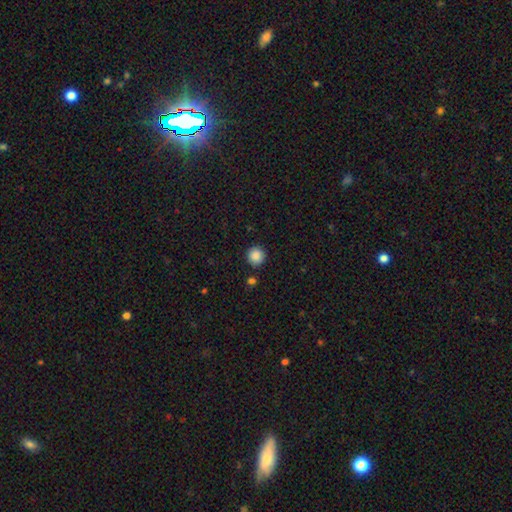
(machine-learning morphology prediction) Smooth or featured? Predicted: smooth (p=0.88). How rounded? Predicted: round (p=0.94). Merging? Predicted: none (p=0.89).